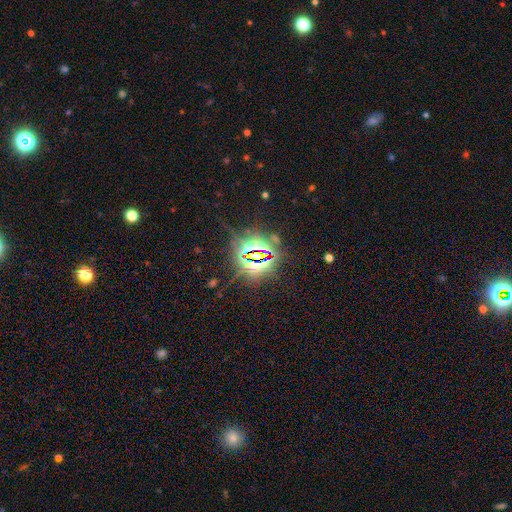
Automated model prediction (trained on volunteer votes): Smooth or featured? star or artifact (84%)